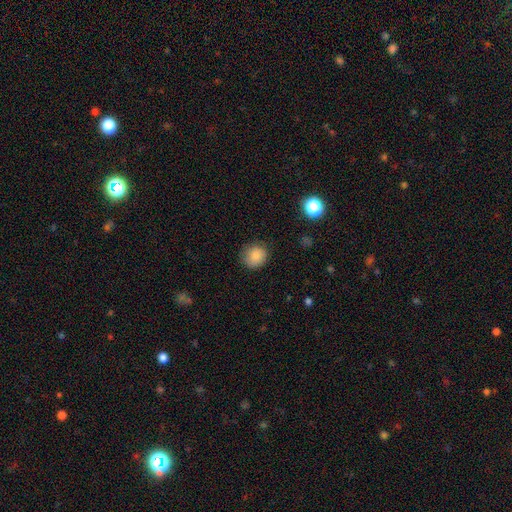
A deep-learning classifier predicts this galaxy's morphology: smooth 85%, star or artifact 9%, featured or disk 5%. Down the decision tree: how rounded — round (85%); merging — none (82%).